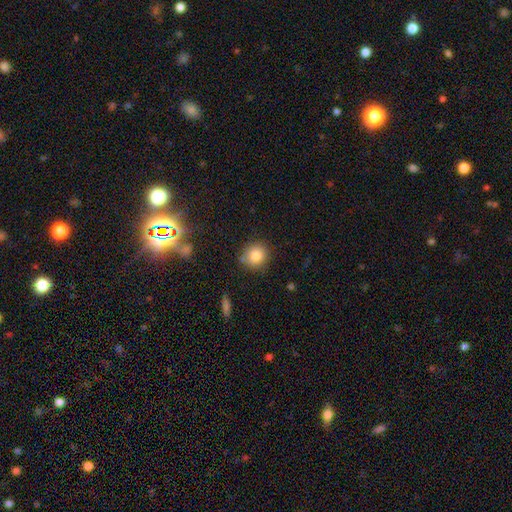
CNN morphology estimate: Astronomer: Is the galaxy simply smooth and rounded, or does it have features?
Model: smooth — 83%.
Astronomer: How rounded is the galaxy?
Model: round — 87%.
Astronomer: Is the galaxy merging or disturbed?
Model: none — 82%.